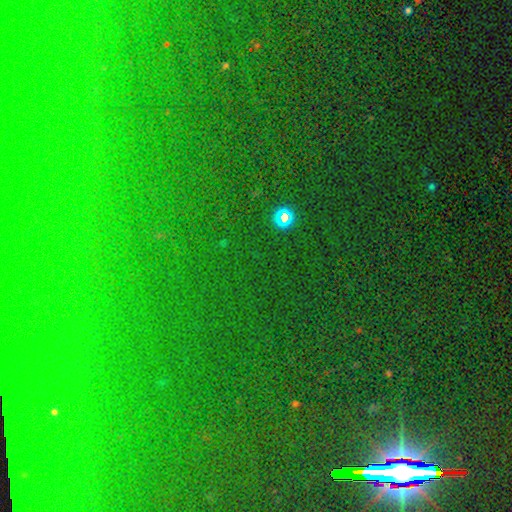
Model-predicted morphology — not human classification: This appears to be a star or artifact, not a galaxy (78%).